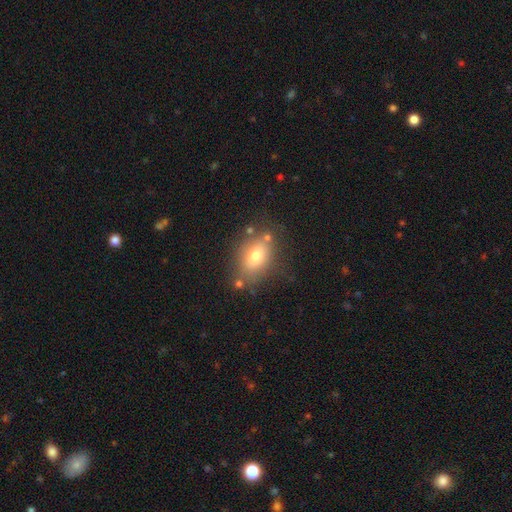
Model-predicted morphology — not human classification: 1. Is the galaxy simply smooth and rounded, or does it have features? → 72% smooth, 17% featured or disk, 11% star or artifact.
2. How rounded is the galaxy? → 74% in between, 24% round, 2% cigar-shaped.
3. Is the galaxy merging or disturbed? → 69% none, 17% minor disturbance, 8% merger, 6% major disturbance.